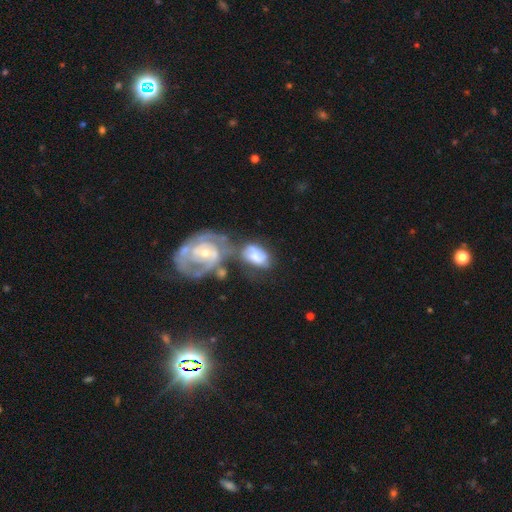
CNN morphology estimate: A featured or disk galaxy (63%) with no bar (52%), 2 (49%) tight (43%) spiral arms (84%) and a moderate central bulge (42%). Merging: merger (49%).